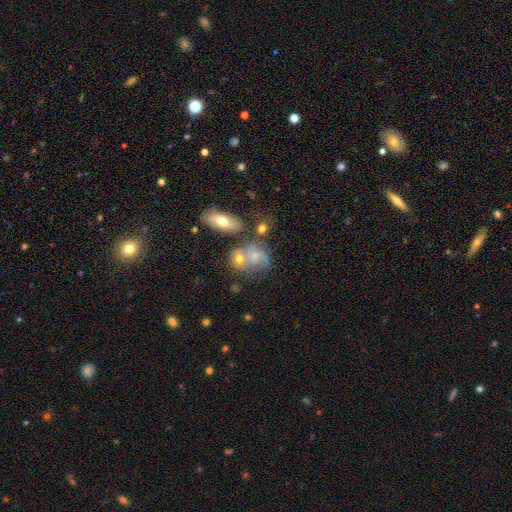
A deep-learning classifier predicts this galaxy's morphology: Smooth or featured? Predicted: featured or disk (p=0.47). Merging? Predicted: none (p=0.34).